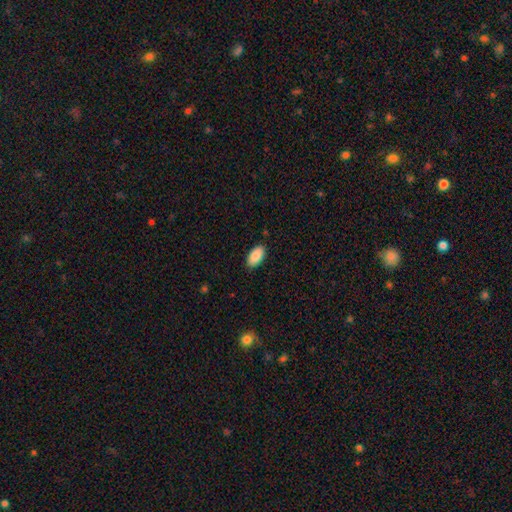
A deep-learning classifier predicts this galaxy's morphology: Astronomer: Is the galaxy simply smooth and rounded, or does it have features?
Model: smooth — 90%.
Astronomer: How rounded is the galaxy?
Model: in between — 95%.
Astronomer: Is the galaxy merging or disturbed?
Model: none — 89%.